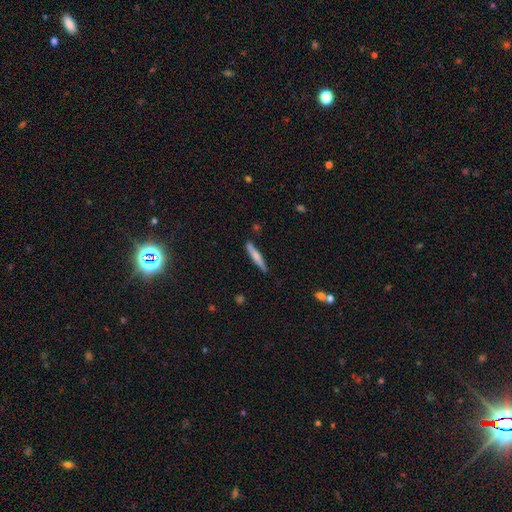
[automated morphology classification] Overall: smooth (63%; featured or disk 32%). How rounded: cigar-shaped (93%). Merging: none (82%).